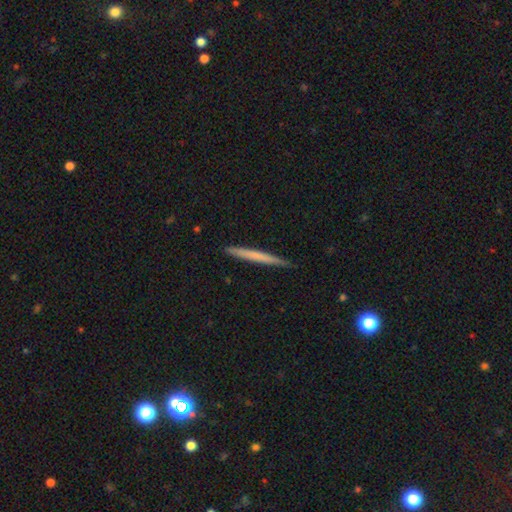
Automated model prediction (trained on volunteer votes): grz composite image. It shows a smooth galaxy with no disk features (60%) that is cigar-shaped (97%). Merging: none (88%).